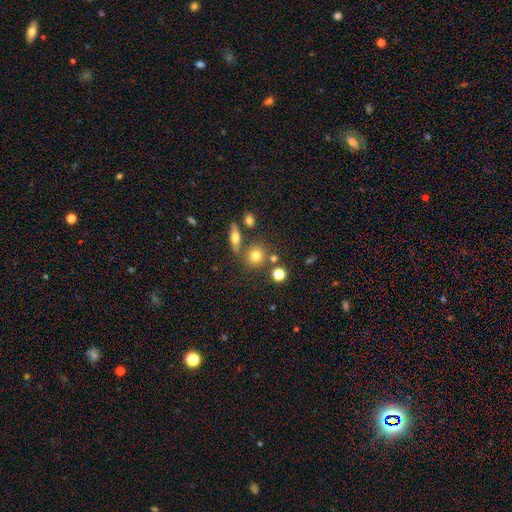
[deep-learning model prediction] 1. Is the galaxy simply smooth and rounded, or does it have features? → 73% smooth, 14% featured or disk, 13% star or artifact.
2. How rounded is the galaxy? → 86% round, 12% in between, 2% cigar-shaped.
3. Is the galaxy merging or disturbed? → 69% none, 17% merger, 11% minor disturbance, 4% major disturbance.